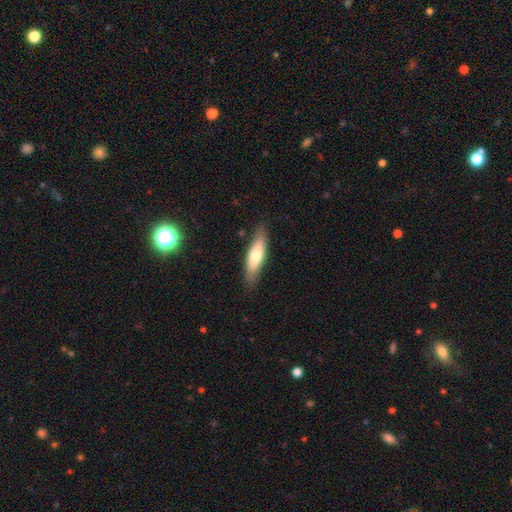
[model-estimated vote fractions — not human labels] Smooth or featured?
  - smooth: 65% *
  - featured or disk: 29%
  - star or artifact: 6%
How rounded?
  - cigar-shaped: 55% *
  - in between: 43%
  - round: 2%
Merging?
  - none: 83% *
  - minor disturbance: 13%
  - major disturbance: 2%
  - merger: 1%